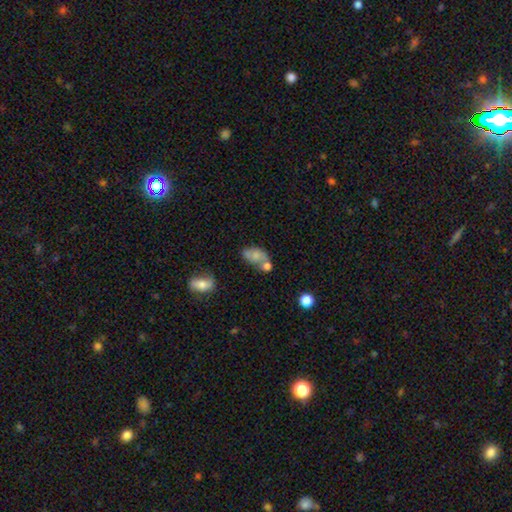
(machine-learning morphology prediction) A smooth galaxy with no disk features (61%) that is in between round and cigar-shaped (85%).

Vote fractions:
- Smooth or featured? smooth: 61% / featured or disk: 29% / star or artifact: 10%
- How rounded? in between: 85% / round: 12% / cigar-shaped: 3%
- Merging? merger: 42% / none: 31% / minor disturbance: 18% / major disturbance: 10%